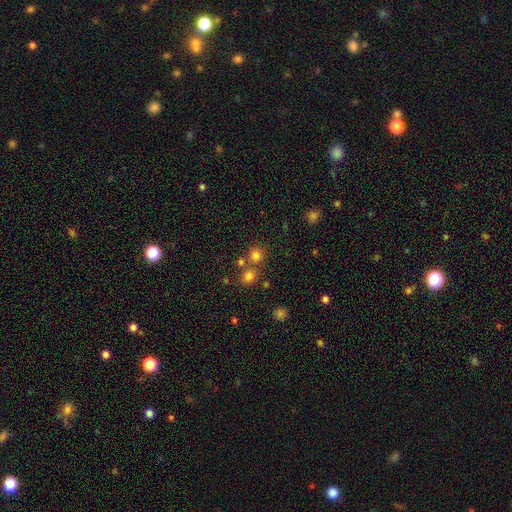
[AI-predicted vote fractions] Smooth or featured?
  - smooth: 76% *
  - star or artifact: 17%
  - featured or disk: 7%
How rounded?
  - round: 88% *
  - in between: 11%
  - cigar-shaped: 1%
Merging?
  - none: 66% *
  - merger: 23%
  - minor disturbance: 7%
  - major disturbance: 3%